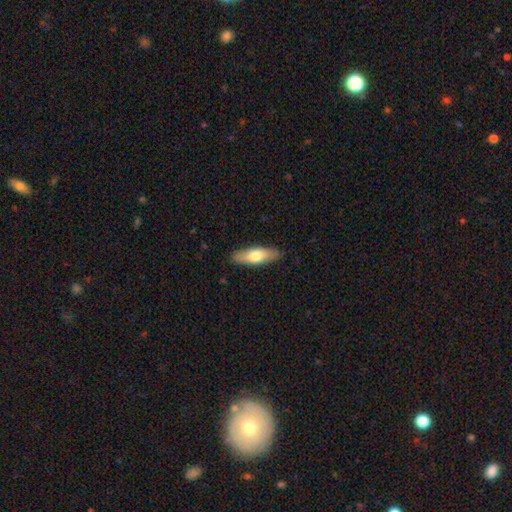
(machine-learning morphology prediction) Q: Smooth or featured?
A: smooth (67%); runner-up: featured or disk (28%)
Q: How rounded?
A: in between (52%); runner-up: cigar-shaped (46%)
Q: Merging?
A: none (88%); runner-up: minor disturbance (10%)